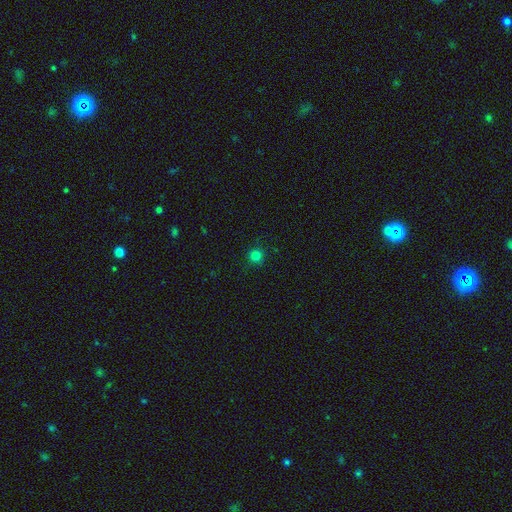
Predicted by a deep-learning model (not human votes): smooth 80%, star or artifact 16%, featured or disk 4%. Down the decision tree: how rounded — round (95%); merging — none (91%).